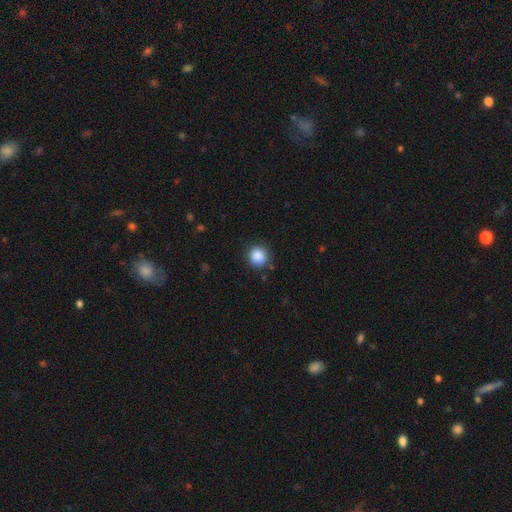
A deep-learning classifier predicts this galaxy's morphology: A smooth galaxy with no disk features (88%) that is round (90%). Merging: none (87%).